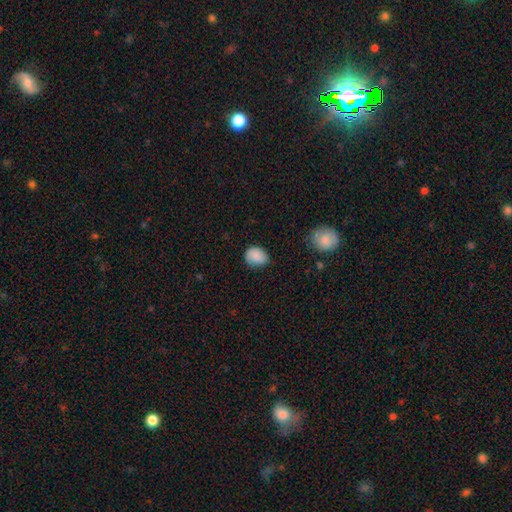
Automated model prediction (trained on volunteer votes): smooth 85%, star or artifact 8%, featured or disk 7%. Down the decision tree: how rounded — in between (52%); merging — none (70%).